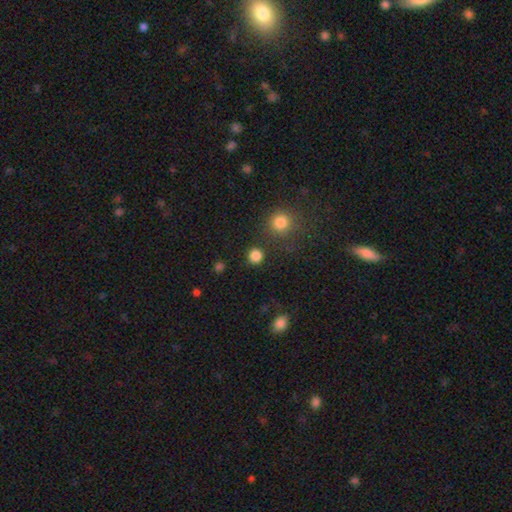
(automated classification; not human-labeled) Smooth or featured? Predicted: smooth (p=0.84). How rounded? Predicted: round (p=0.92). Merging? Predicted: none (p=0.87).